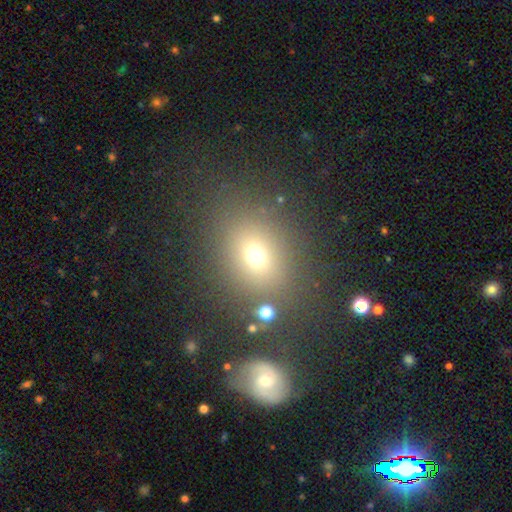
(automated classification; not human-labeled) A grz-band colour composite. It shows a smooth galaxy with no disk features (68%) that is round (60%). Merging: none (80%).